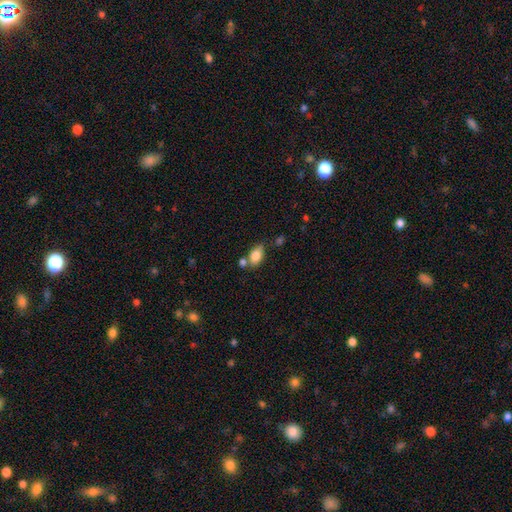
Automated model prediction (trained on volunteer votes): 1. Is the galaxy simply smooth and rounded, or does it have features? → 83% smooth, 9% featured or disk, 8% star or artifact.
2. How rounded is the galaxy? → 87% in between, 11% round, 3% cigar-shaped.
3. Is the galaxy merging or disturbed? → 55% none, 21% merger, 18% minor disturbance, 5% major disturbance.